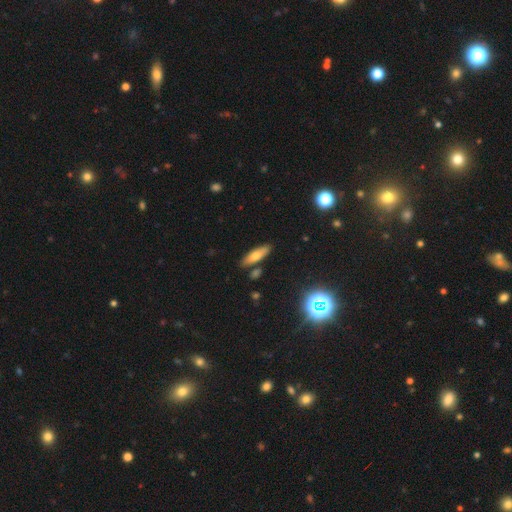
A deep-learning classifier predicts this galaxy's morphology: A smooth galaxy with no disk features (64%) that is cigar-shaped (52%).

Vote fractions:
- Smooth or featured? smooth: 64% / featured or disk: 25% / star or artifact: 11%
- How rounded? cigar-shaped: 52% / in between: 44% / round: 4%
- Merging? none: 83% / minor disturbance: 10% / merger: 5% / major disturbance: 2%